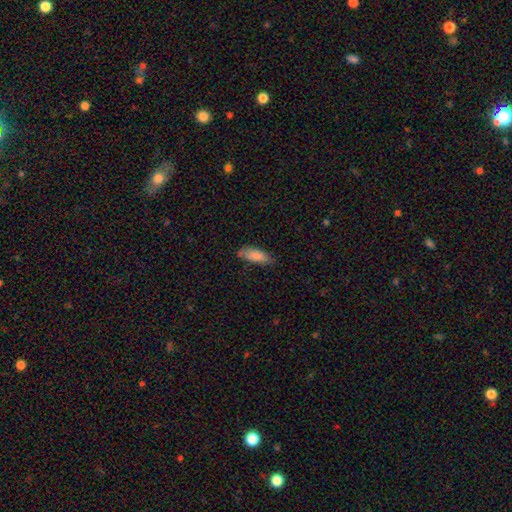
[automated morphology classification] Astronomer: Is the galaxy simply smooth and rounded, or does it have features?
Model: smooth — 84%.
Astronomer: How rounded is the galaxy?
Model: in between — 69%.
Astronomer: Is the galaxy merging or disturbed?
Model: none — 76%.